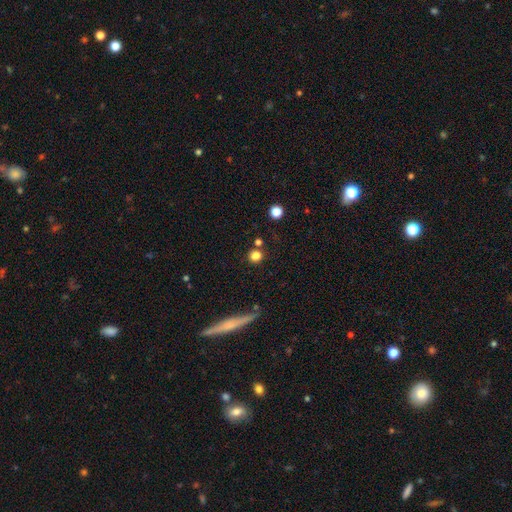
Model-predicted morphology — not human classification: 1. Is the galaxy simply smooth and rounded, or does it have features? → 80% smooth, 14% star or artifact, 6% featured or disk.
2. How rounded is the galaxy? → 88% round, 10% in between, 2% cigar-shaped.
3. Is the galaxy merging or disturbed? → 78% none, 11% merger, 8% minor disturbance, 4% major disturbance.